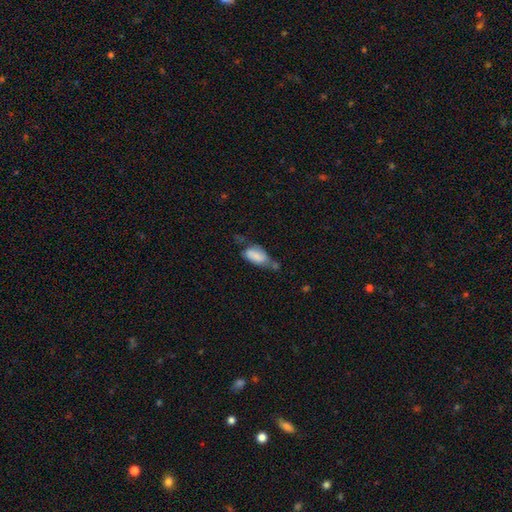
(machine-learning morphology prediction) This is likely a smooth galaxy (76%). How rounded: clearly in between (90%). Merging: marginally minor disturbance (34%).